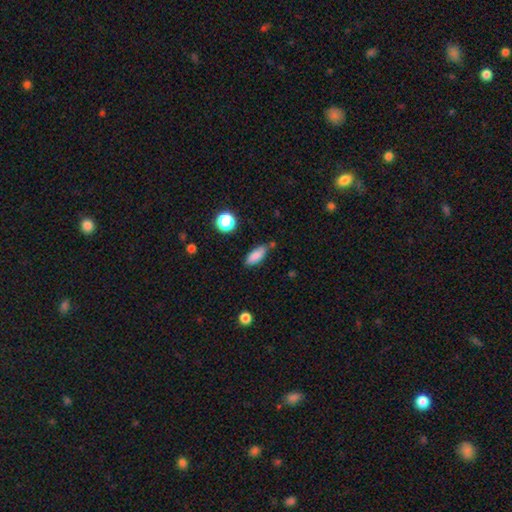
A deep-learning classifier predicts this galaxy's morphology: The model was most divided on "merging": none: 68%, minor disturbance: 21%, merger: 6%, major disturbance: 4%. More confident: smooth or featured — smooth (82%); how rounded — in between (75%).